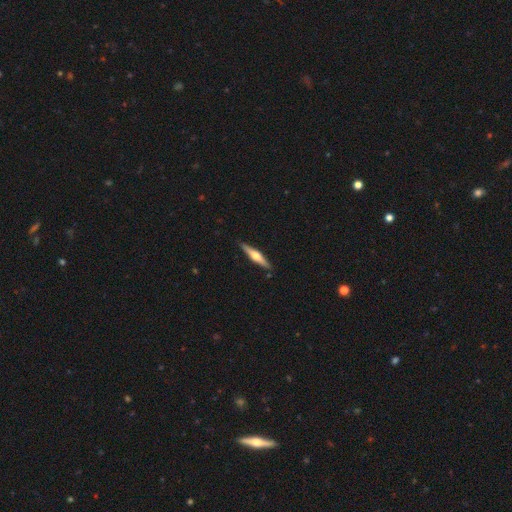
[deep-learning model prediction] Q: Smooth or featured?
A: featured or disk (65%); runner-up: smooth (30%)
Q: Edge-on disk?
A: yes (97%); runner-up: no (3%)
Q: Edge-on bulge?
A: rounded (94%); runner-up: boxy (4%)
Q: Merging?
A: none (90%); runner-up: minor disturbance (7%)